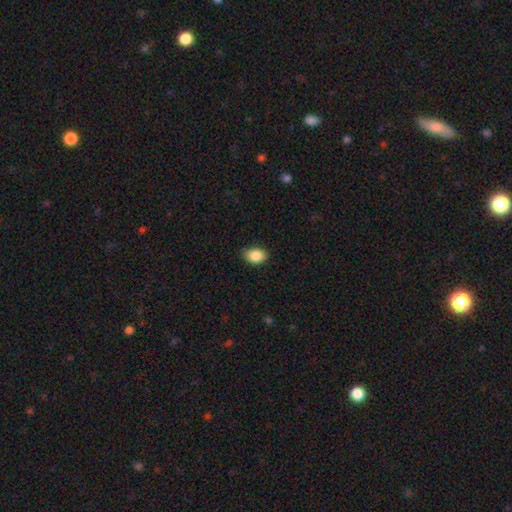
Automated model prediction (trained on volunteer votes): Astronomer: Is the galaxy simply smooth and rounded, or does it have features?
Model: smooth — 88%.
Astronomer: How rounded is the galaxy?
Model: in between — 81%.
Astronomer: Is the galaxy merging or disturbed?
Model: none — 80%.